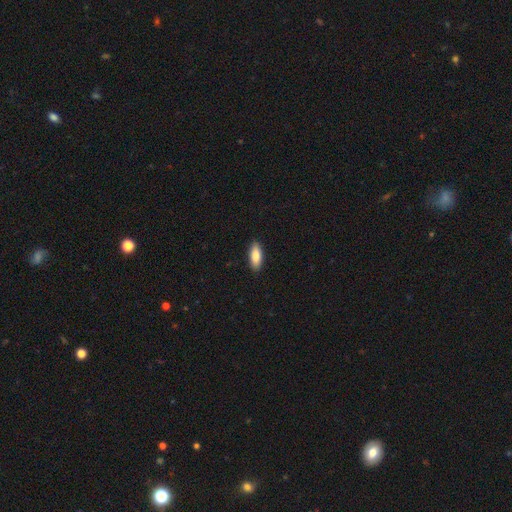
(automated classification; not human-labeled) Morphology: type=smooth (84%); roundness=in between (75%); merging=none (90%).